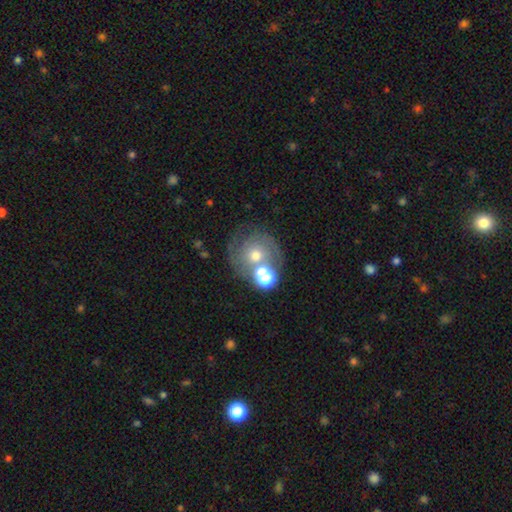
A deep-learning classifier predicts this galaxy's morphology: A featured or disk galaxy (43%).

Vote fractions:
- Smooth or featured? featured or disk: 43% / smooth: 42% / star or artifact: 15%
- Merging? none: 40% / merger: 35% / minor disturbance: 14% / major disturbance: 12%